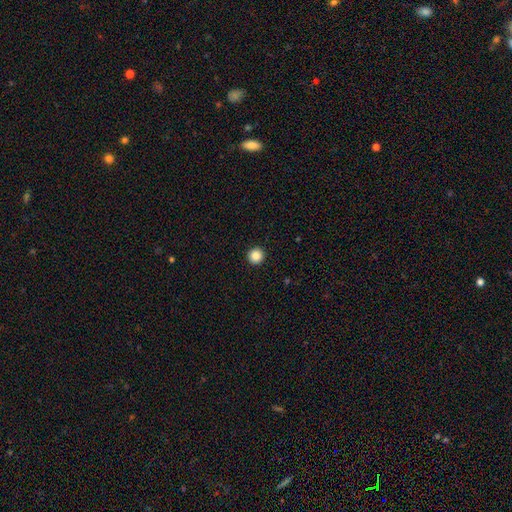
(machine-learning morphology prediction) Smooth or featured? smooth (87%)
How rounded? round (96%)
Merging? none (94%)